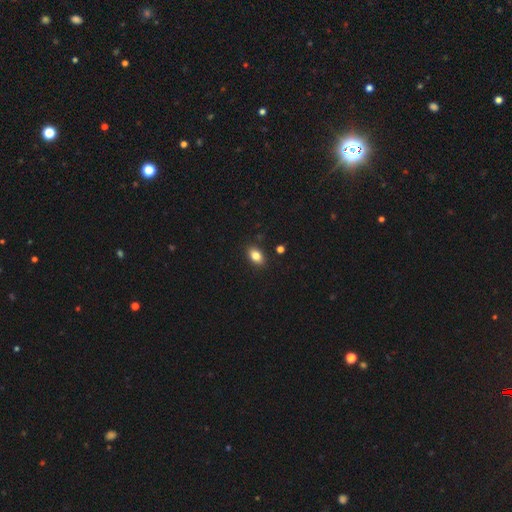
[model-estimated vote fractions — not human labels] Smooth or featured? Predicted: smooth (p=0.82). How rounded? Predicted: in between (p=0.85). Merging? Predicted: none (p=0.88).